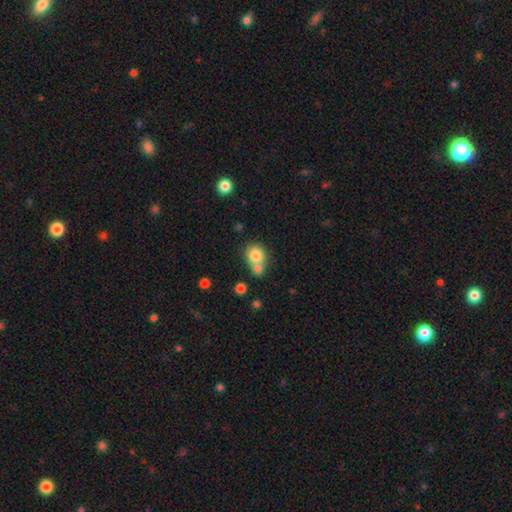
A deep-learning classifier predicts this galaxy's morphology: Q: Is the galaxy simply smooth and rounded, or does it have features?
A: smooth — 80%.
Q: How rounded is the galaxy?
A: round — 78%.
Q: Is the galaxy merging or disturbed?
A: merger — 45%.